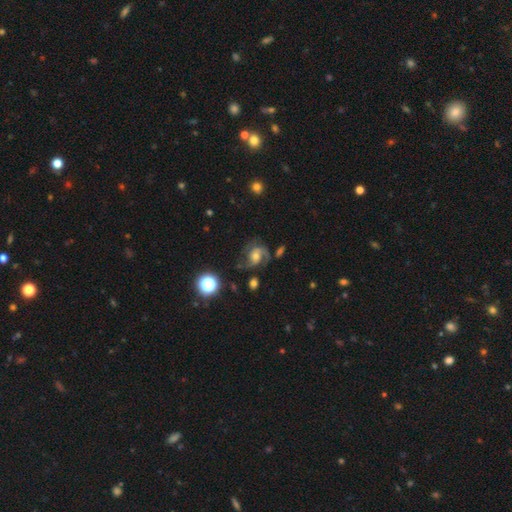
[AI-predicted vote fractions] This appears to be a featured or disk galaxy (79%) with no bar (61%), 2 (66%) medium (53%) spiral arms (95%) and a moderate central bulge (60%). Merging: none (59%).